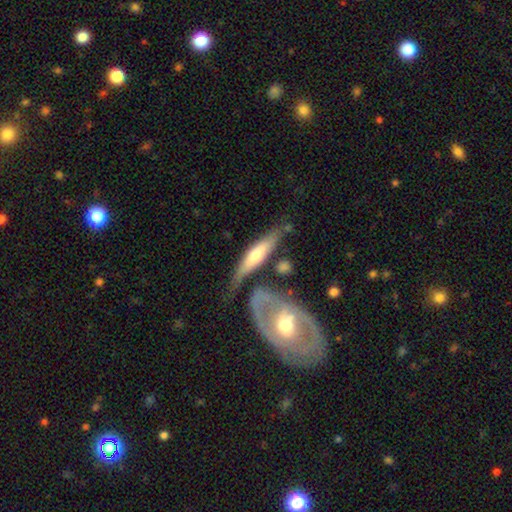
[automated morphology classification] Smooth or featured? featured or disk (54%)
Edge-on disk? yes (76%)
Merging? none (49%)